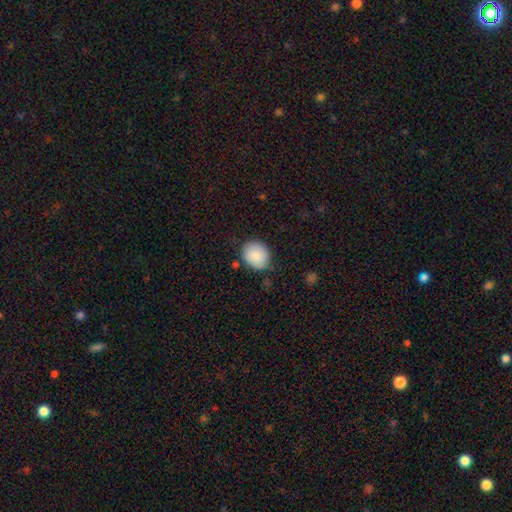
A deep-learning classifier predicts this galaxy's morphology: smooth 85%, featured or disk 8%, star or artifact 7%. Down the decision tree: how rounded — round (67%); merging — none (76%).